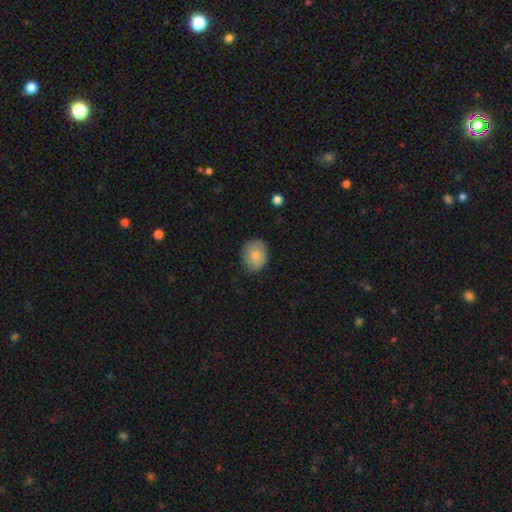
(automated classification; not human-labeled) Smooth or featured? smooth (80%)
How rounded? round (55%)
Merging? none (71%)